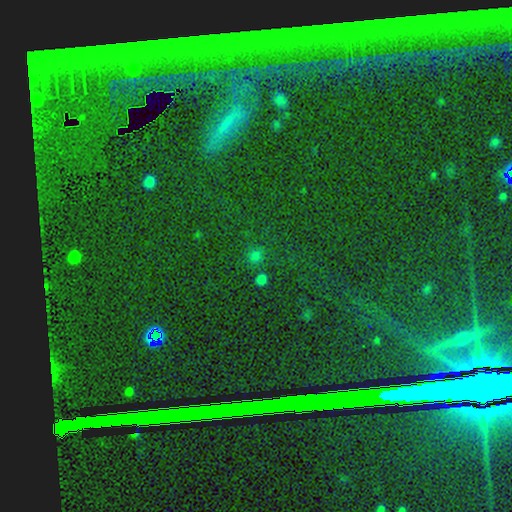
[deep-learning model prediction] smooth_or_featured: star or artifact (p=0.78) [alt: smooth p=0.12]